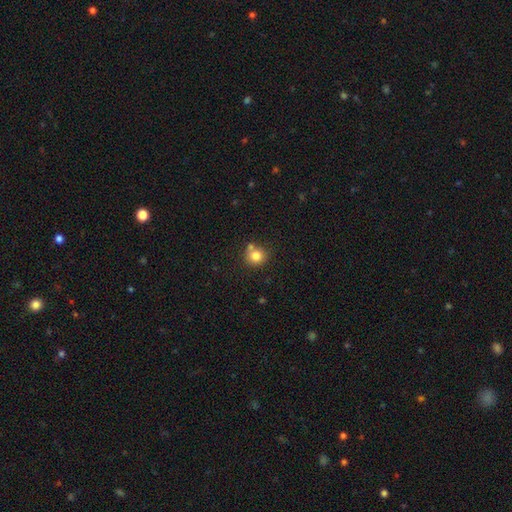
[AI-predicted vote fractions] A smooth galaxy with no disk features (81%) that is round (87%).

Vote fractions:
- Smooth or featured? smooth: 81% / star or artifact: 11% / featured or disk: 8%
- How rounded? round: 87% / in between: 12% / cigar-shaped: 1%
- Merging? none: 64% / merger: 20% / minor disturbance: 13% / major disturbance: 4%